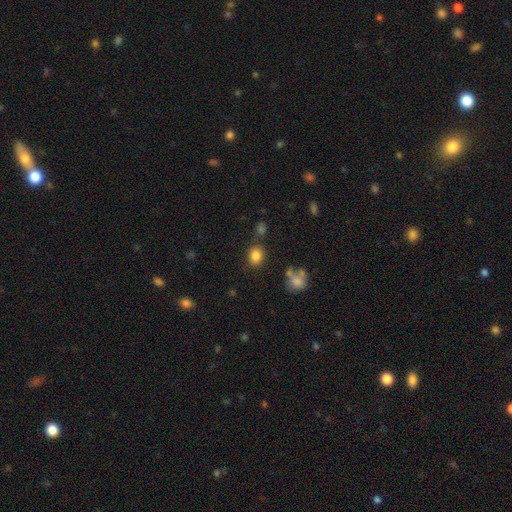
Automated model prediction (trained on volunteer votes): Smooth or featured: smooth — 83% (star or artifact — 11%)
How rounded: round — 53% (in between — 46%)
Merging: none — 76% (minor disturbance — 12%)